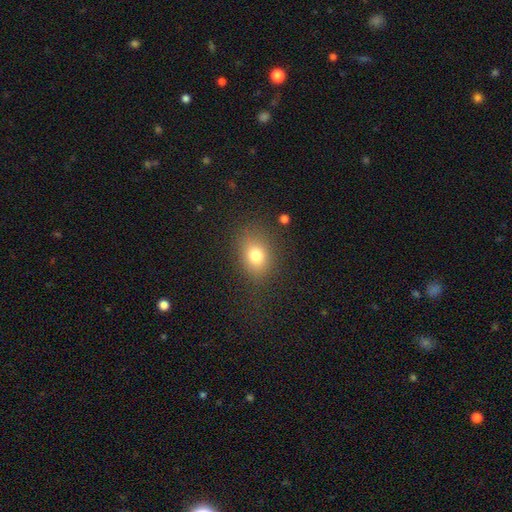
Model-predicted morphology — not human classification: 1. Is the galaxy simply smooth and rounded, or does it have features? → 78% smooth, 12% star or artifact, 10% featured or disk.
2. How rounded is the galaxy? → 63% in between, 36% round, 1% cigar-shaped.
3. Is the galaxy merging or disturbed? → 81% none, 12% minor disturbance, 5% major disturbance, 2% merger.